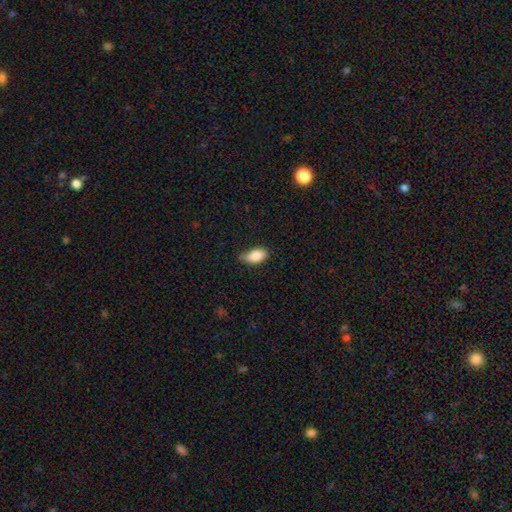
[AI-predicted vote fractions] smooth_or_featured: smooth (p=0.85) [alt: featured or disk p=0.08]
how_rounded: in between (p=0.92) [alt: round p=0.04]
merging: none (p=0.68) [alt: minor disturbance p=0.26]